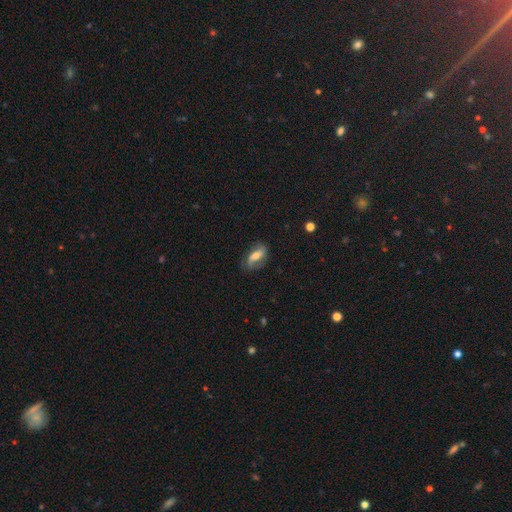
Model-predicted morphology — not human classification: This is possibly a featured or disk galaxy (53%). It is clearly not viewed edge-on (87%). Merging: likely none (69%).